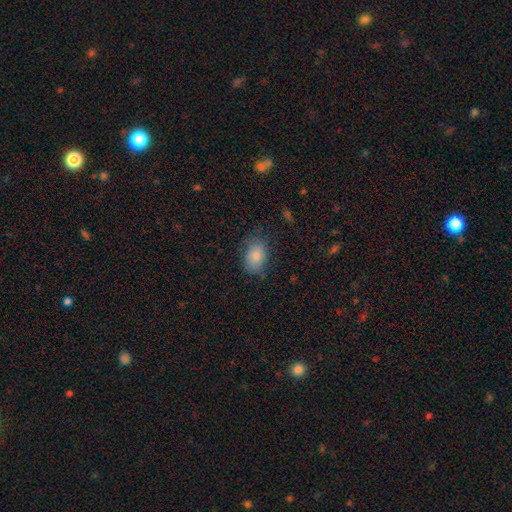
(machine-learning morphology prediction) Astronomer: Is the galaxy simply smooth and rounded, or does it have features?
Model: smooth — 81%.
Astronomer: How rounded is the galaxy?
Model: in between — 79%.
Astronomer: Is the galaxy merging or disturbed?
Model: none — 70%.